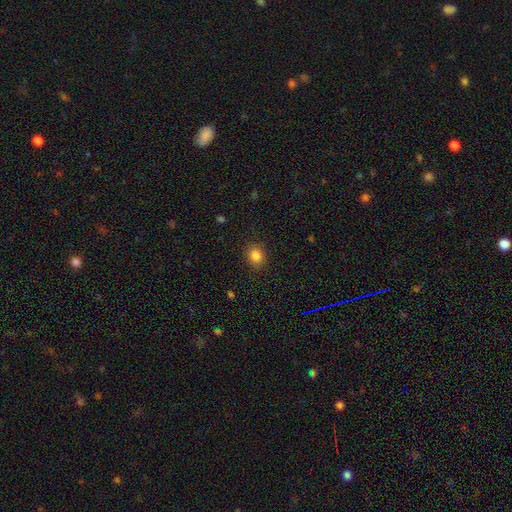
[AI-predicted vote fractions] A smooth galaxy with no disk features (84%) that is round (69%). Merging: none (89%).